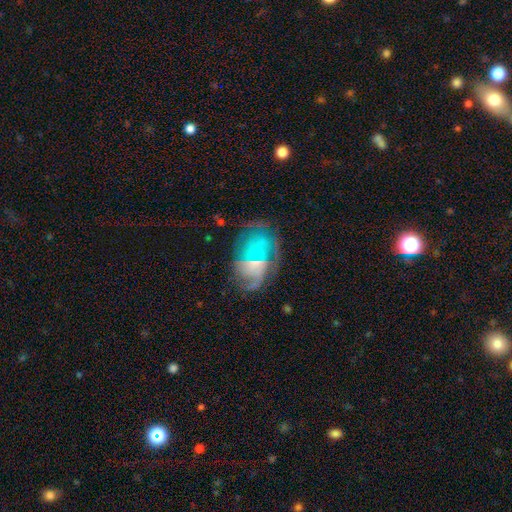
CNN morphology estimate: Smooth or featured? featured or disk (67%)
Edge-on disk? no (96%)
Bar? no (57%)
Spiral arms? yes (72%)
Bulge size? small (56%)
Merging? none (46%)